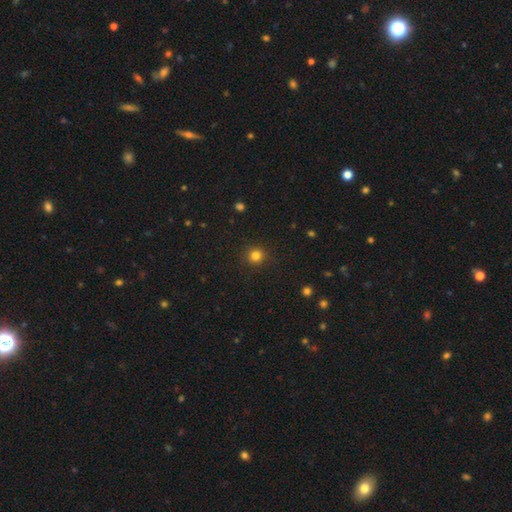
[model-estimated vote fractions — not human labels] This is clearly a smooth galaxy (81%). How rounded: clearly round (93%). Merging: clearly none (91%).